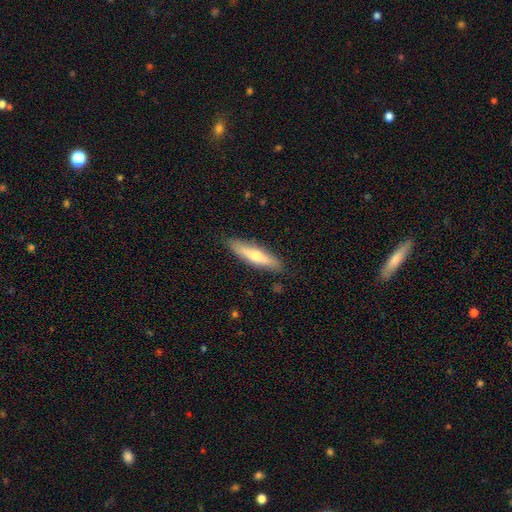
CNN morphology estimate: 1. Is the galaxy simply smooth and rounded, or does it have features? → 55% smooth, 39% featured or disk, 6% star or artifact.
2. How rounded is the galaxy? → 79% cigar-shaped, 20% in between, 2% round.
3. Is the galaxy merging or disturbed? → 87% none, 10% minor disturbance, 2% major disturbance, 1% merger.